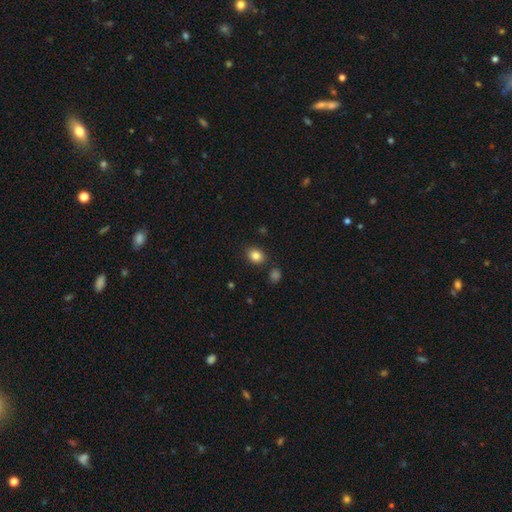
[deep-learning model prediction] Morphology: type=smooth (85%); roundness=in between (54%); merging=none (84%).